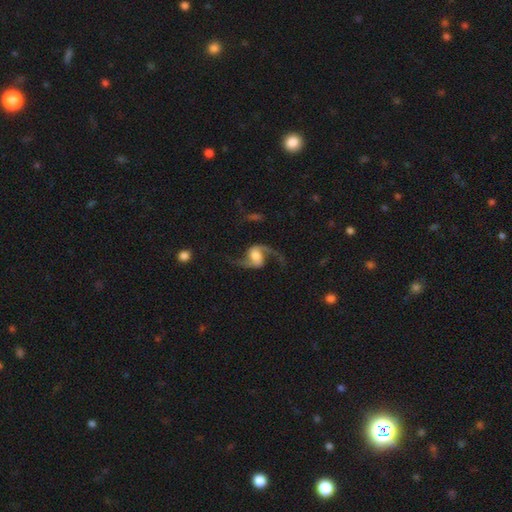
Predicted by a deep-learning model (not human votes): Q: Smooth or featured?
A: featured or disk (89%); runner-up: smooth (6%)
Q: Edge-on disk?
A: no (97%); runner-up: yes (3%)
Q: Bar?
A: no (42%); runner-up: weak (40%)
Q: Spiral arms?
A: yes (97%); runner-up: no (3%)
Q: Spiral winding?
A: loose (78%); runner-up: medium (19%)
Q: Spiral arm count?
A: 2 (93%); runner-up: 1 (2%)
Q: Bulge size?
A: moderate (38%); runner-up: large (35%)
Q: Merging?
A: none (73%); runner-up: minor disturbance (13%)